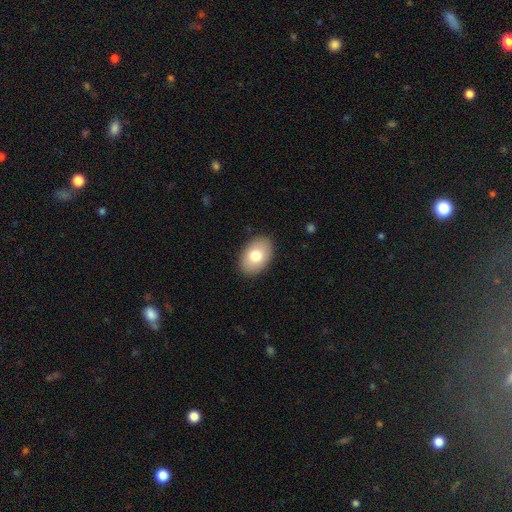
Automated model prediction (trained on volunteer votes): Q: Smooth or featured?
A: smooth (78%); runner-up: featured or disk (15%)
Q: How rounded?
A: in between (86%); runner-up: round (13%)
Q: Merging?
A: none (89%); runner-up: minor disturbance (8%)